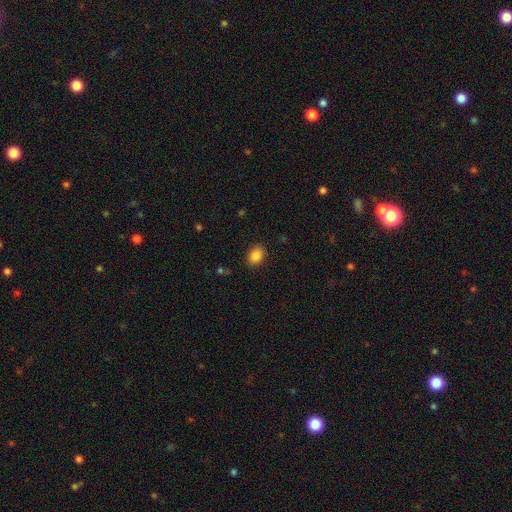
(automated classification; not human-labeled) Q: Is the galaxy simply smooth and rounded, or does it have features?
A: smooth — 87%.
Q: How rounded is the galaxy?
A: in between — 65%.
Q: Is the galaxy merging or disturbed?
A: none — 87%.